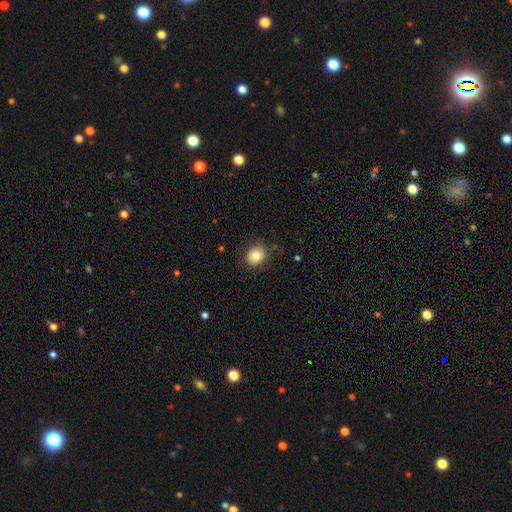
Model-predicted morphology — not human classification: A smooth galaxy with no disk features (83%) that is round (64%).

Vote fractions:
- Smooth or featured? smooth: 83% / star or artifact: 10% / featured or disk: 7%
- How rounded? round: 64% / in between: 35% / cigar-shaped: 1%
- Merging? none: 82% / minor disturbance: 13% / major disturbance: 3% / merger: 1%